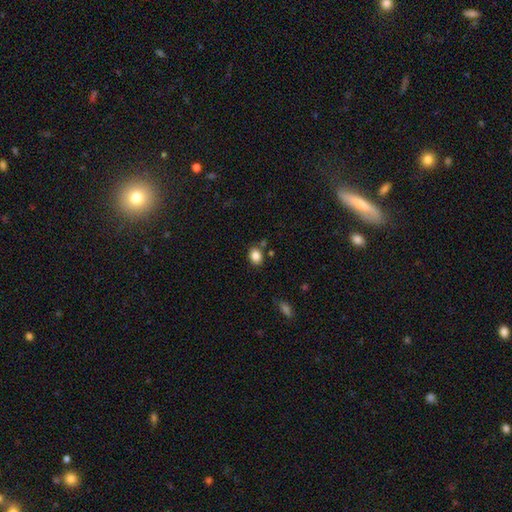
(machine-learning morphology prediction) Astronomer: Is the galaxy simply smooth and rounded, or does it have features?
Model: smooth — 86%.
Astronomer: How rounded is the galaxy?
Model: in between — 60% (runner-up: round, 39%).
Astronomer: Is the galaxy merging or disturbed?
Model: none — 78%.